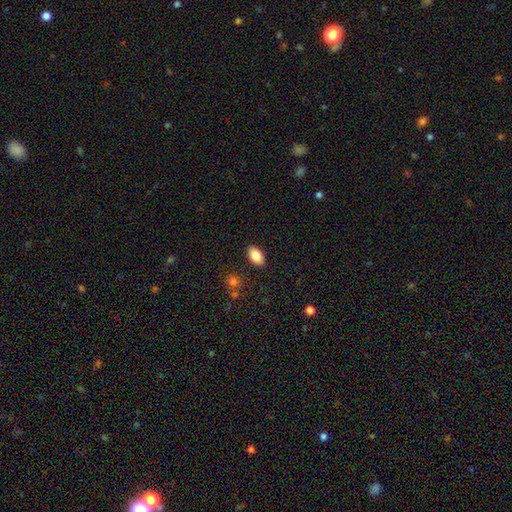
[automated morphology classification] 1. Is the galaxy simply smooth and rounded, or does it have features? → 85% smooth, 8% star or artifact, 7% featured or disk.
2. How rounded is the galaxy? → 92% in between, 6% round, 2% cigar-shaped.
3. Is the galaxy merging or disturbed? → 88% none, 9% minor disturbance, 2% major disturbance, 2% merger.